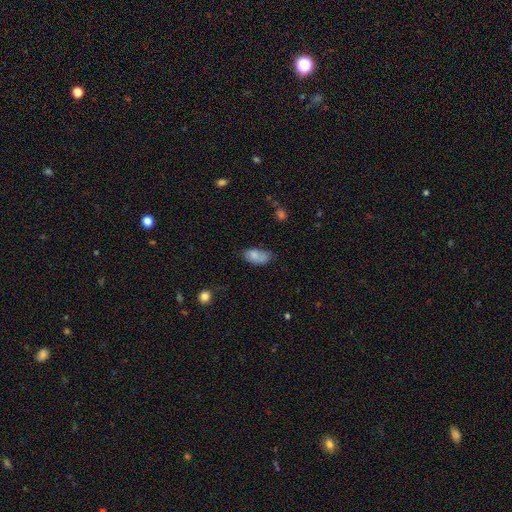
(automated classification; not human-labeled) Q: Smooth or featured?
A: smooth (79%); runner-up: featured or disk (14%)
Q: How rounded?
A: in between (93%); runner-up: round (4%)
Q: Merging?
A: none (50%); runner-up: minor disturbance (34%)